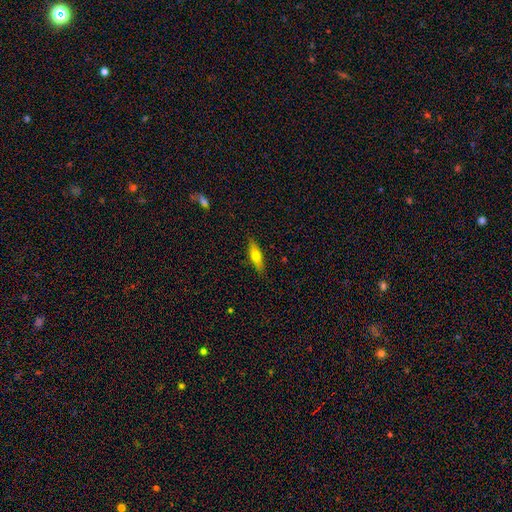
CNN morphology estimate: Smooth or featured? Predicted: smooth (p=0.60). How rounded? Predicted: cigar-shaped (p=0.59). Merging? Predicted: none (p=0.87).